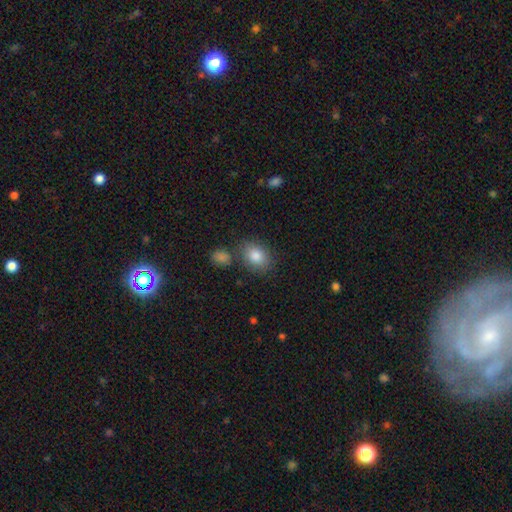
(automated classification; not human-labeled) This appears to be a smooth galaxy with no disk features (84%) that is in between round and cigar-shaped (70%). Merging: none (75%).